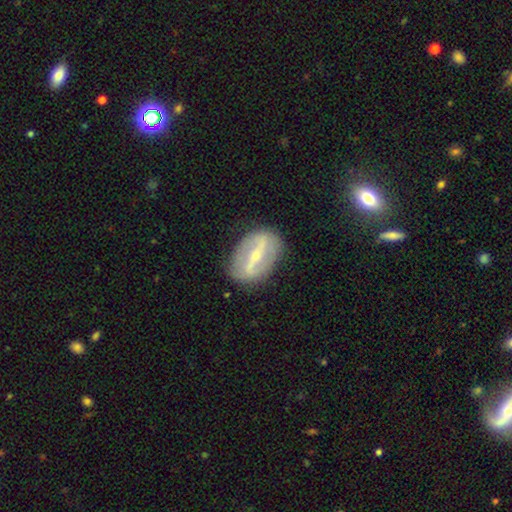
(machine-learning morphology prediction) smooth-or-featured: featured or disk: 77% | smooth: 17% | star or artifact: 6%
  disk-edge-on: no: 89% | yes: 11%
    bar: strong: 76% | weak: 17% | no: 7%
    has-spiral-arms: no: 50% (tied) | yes: 50% (tied)
    bulge-size: small: 64% | moderate: 32% | none: 2% | large: 1% | dominant: 1%
  merging: none: 82% | minor disturbance: 12% | major disturbance: 4% | merger: 1%